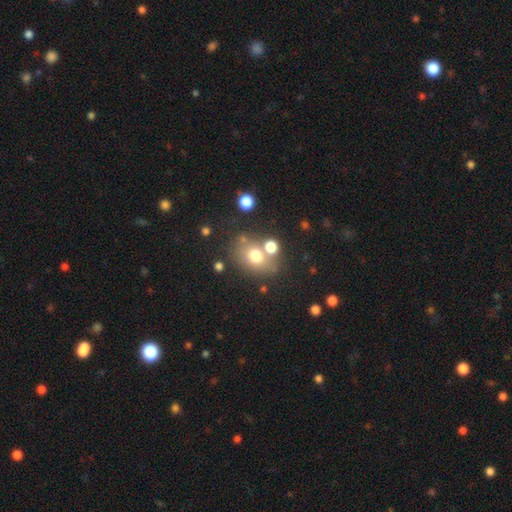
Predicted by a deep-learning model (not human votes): Morphology: type=smooth (70%); roundness=round (50%); merging=none (62%).